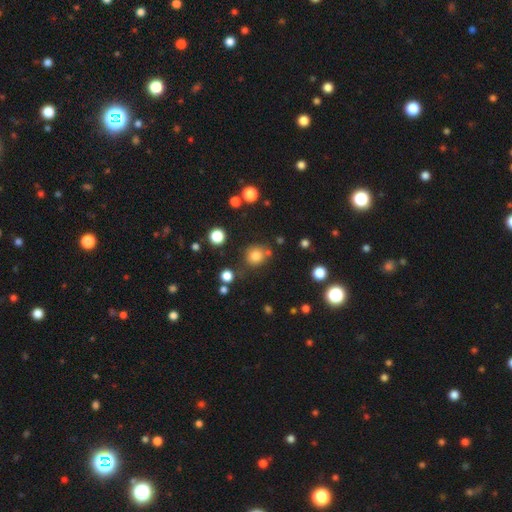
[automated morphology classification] Smooth or featured?
  - smooth: 80% *
  - star or artifact: 13%
  - featured or disk: 7%
How rounded?
  - round: 85% *
  - in between: 14%
  - cigar-shaped: 1%
Merging?
  - none: 73% *
  - minor disturbance: 13%
  - merger: 9%
  - major disturbance: 5%